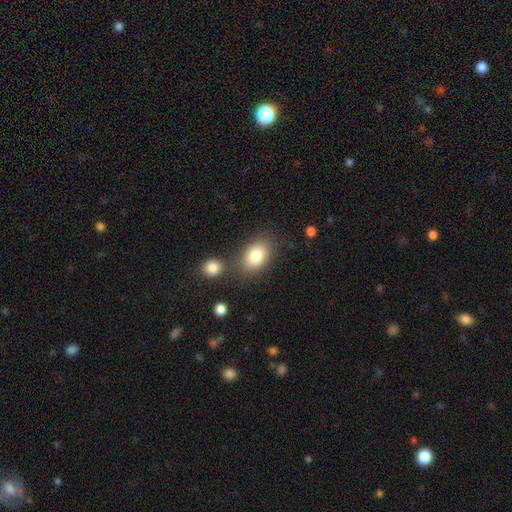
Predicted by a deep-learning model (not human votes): Morphology: type=smooth (82%); roundness=in between (83%); merging=none (68%).